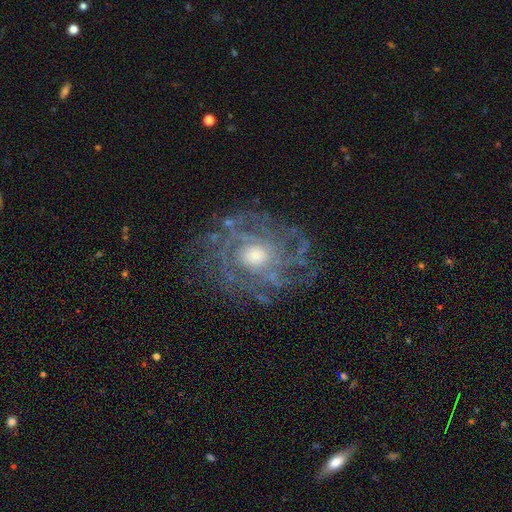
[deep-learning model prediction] Smooth or featured? Predicted: featured or disk (p=0.84). Edge-on disk? Predicted: no (p=0.97). Bar? Predicted: no (p=0.82). Spiral arms? Predicted: yes (p=0.87). Spiral winding? Predicted: tight (p=0.65). Spiral arm count? Predicted: can't tell (p=0.44). Bulge size? Predicted: moderate (p=0.56). Merging? Predicted: none (p=0.72).